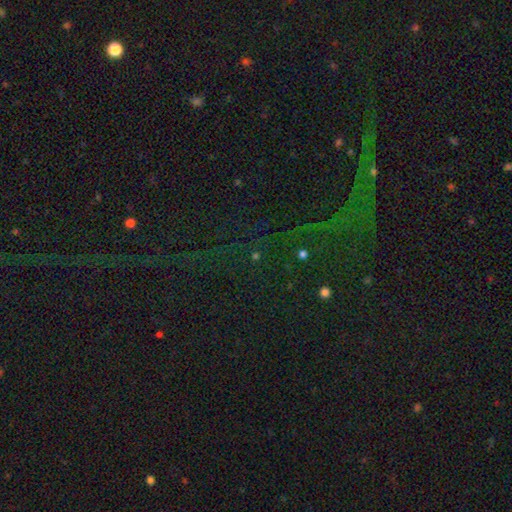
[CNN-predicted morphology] Overall: star or artifact (75%).